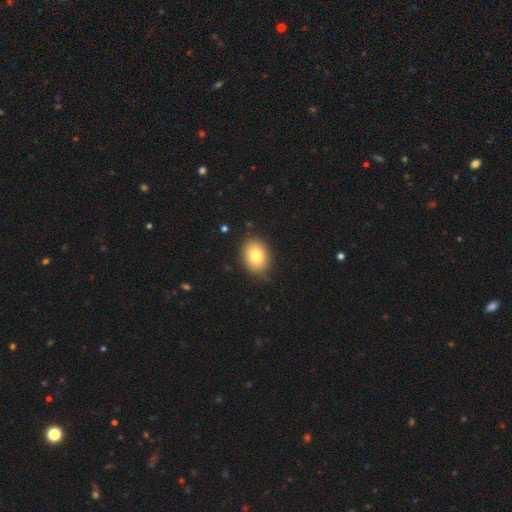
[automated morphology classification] This appears to be a smooth galaxy with no disk features (80%) that is in between round and cigar-shaped (59%). Merging: none (80%).